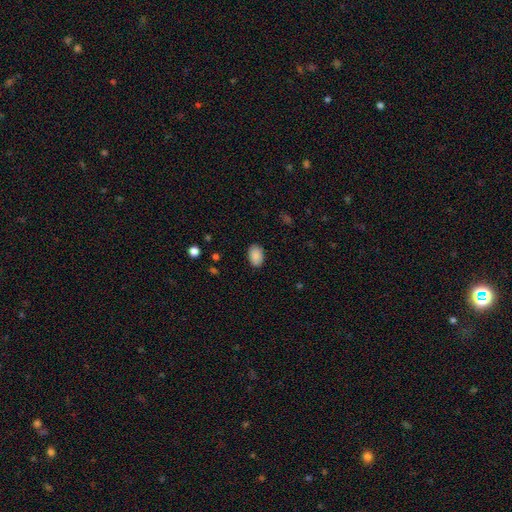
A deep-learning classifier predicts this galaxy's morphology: Smooth or featured?
  - smooth: 89% *
  - star or artifact: 7%
  - featured or disk: 4%
How rounded?
  - in between: 87% *
  - round: 12%
  - cigar-shaped: 1%
Merging?
  - none: 86% *
  - minor disturbance: 11%
  - major disturbance: 2%
  - merger: 1%